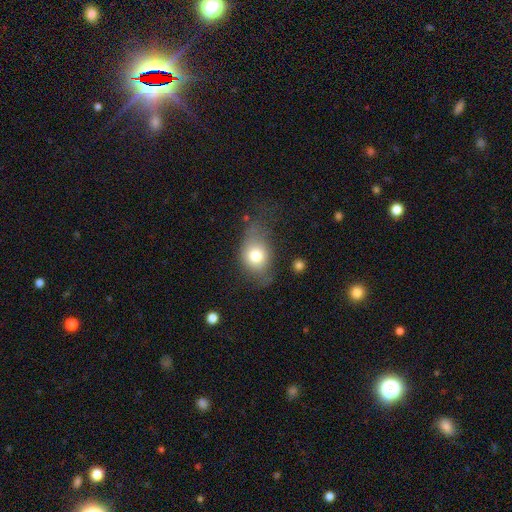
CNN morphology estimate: smooth-or-featured: smooth: 72% | featured or disk: 18% | star or artifact: 10%
  how-rounded: in between: 64% | round: 34% | cigar-shaped: 2%
  merging: none: 42% | minor disturbance: 32% | major disturbance: 24% | merger: 3%